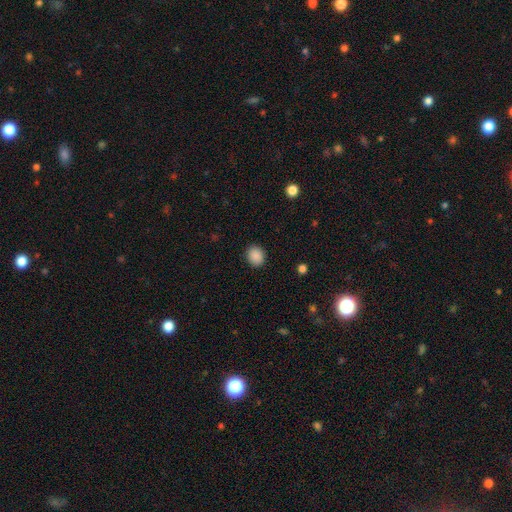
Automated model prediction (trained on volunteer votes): This is clearly a smooth galaxy (89%). How rounded: likely round (72%). Merging: clearly none (90%).